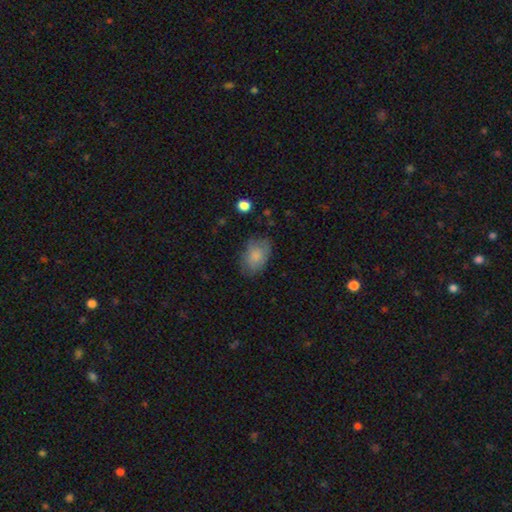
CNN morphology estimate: Q: Smooth or featured?
A: smooth (78%); runner-up: featured or disk (14%)
Q: How rounded?
A: in between (85%); runner-up: round (13%)
Q: Merging?
A: none (67%); runner-up: minor disturbance (24%)